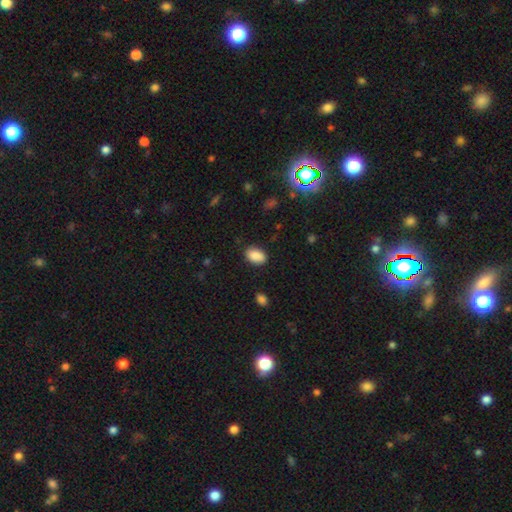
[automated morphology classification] Q: Smooth or featured?
A: smooth (88%); runner-up: star or artifact (7%)
Q: How rounded?
A: in between (88%); runner-up: round (11%)
Q: Merging?
A: none (84%); runner-up: minor disturbance (12%)